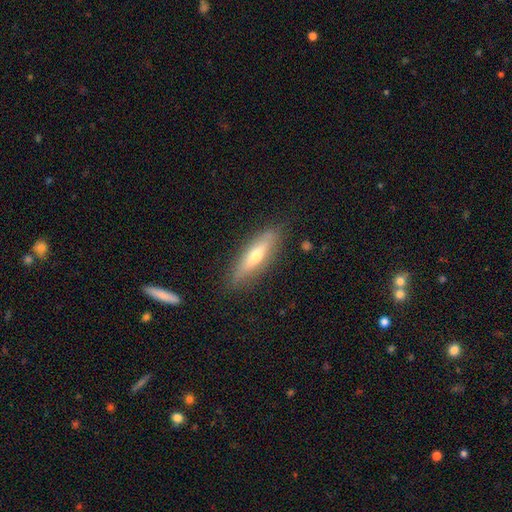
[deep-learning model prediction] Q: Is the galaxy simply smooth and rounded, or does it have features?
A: featured or disk — 47%, tied with smooth.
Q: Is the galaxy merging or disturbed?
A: none — 83%.